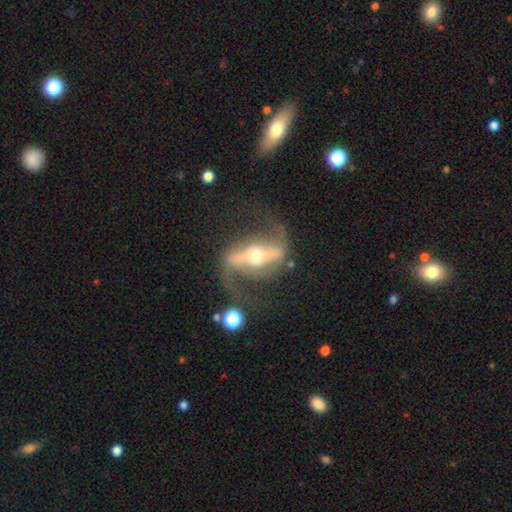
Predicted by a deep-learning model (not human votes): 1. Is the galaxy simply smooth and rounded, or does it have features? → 89% featured or disk, 6% smooth, 5% star or artifact.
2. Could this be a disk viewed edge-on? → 88% no, 12% yes.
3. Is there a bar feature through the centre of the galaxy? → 72% strong, 18% weak, 10% no.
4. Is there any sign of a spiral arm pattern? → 93% yes, 7% no.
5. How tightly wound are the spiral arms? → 59% loose, 32% medium, 9% tight.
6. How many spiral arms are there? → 93% 2, 2% can't tell, 2% 1, 1% 3, 1% 4, 1% more than 4.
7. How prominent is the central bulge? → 61% moderate, 29% small, 7% large, 1% dominant, 1% none.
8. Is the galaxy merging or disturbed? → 68% none, 14% minor disturbance, 14% major disturbance, 4% merger.